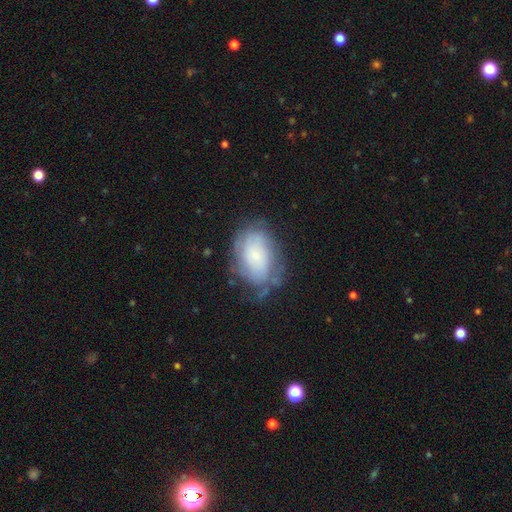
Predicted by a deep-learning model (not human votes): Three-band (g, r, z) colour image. It shows a featured or disk galaxy (49%). Merging: none (53%).